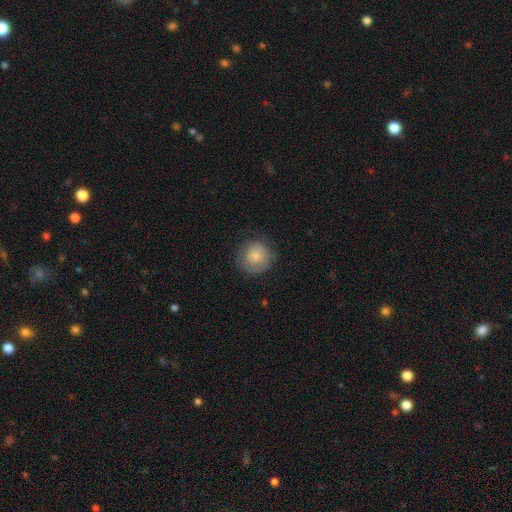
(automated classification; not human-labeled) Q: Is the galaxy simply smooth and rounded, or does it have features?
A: smooth — 72%.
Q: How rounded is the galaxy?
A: round — 92%.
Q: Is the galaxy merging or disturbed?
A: none — 75%.